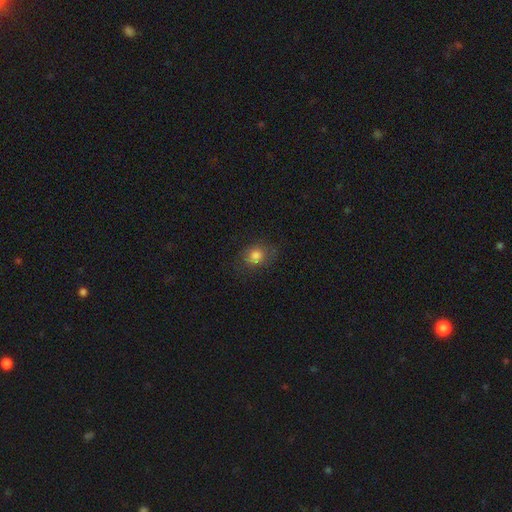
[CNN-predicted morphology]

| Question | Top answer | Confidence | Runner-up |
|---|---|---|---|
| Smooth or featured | smooth | 78% | star or artifact (12%) |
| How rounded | round | 57% | in between (42%) |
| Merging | none | 70% | minor disturbance (19%) |